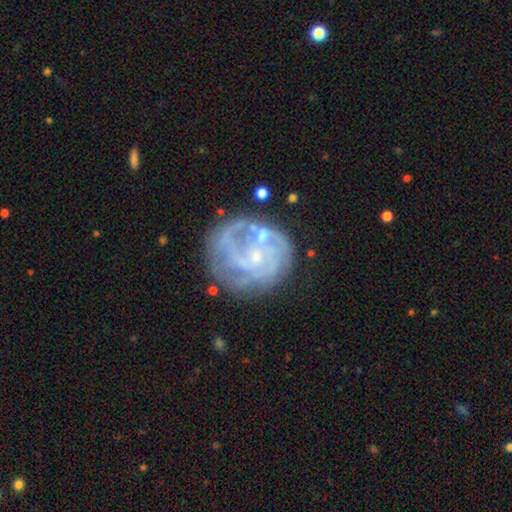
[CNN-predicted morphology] Smooth or featured? Predicted: featured or disk (p=0.80). Edge-on disk? Predicted: no (p=0.98). Bar? Predicted: no (p=0.65). Spiral arms? Predicted: yes (p=0.87). Spiral winding? Predicted: tight (p=0.55). Spiral arm count? Predicted: can't tell (p=0.33). Bulge size? Predicted: small (p=0.70). Merging? Predicted: none (p=0.64).